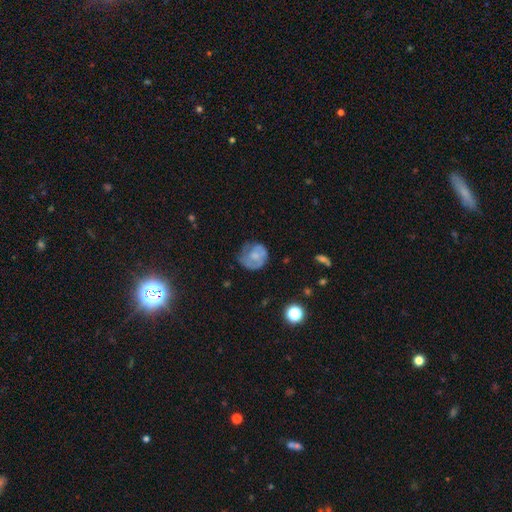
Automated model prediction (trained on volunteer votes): Smooth or featured? Predicted: smooth (p=0.50). Merging? Predicted: none (p=0.54).